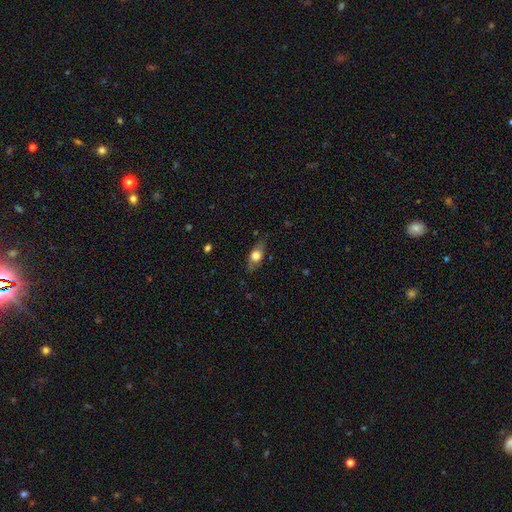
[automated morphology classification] smooth_or_featured: smooth (p=0.62) [alt: featured or disk p=0.30]
how_rounded: in between (p=0.75) [alt: cigar-shaped p=0.13]
merging: none (p=0.75) [alt: minor disturbance p=0.19]